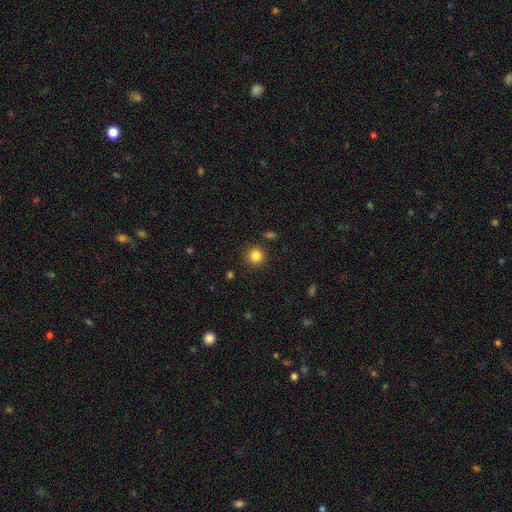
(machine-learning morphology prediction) Smooth or featured? Predicted: smooth (p=0.83). How rounded? Predicted: round (p=0.93). Merging? Predicted: none (p=0.89).